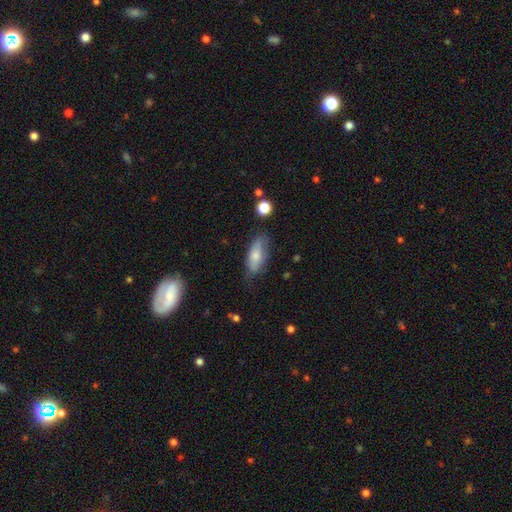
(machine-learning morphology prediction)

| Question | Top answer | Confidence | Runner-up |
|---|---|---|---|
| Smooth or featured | smooth | 69% | featured or disk (24%) |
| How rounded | in between | 78% | cigar-shaped (19%) |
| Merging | none | 59% | minor disturbance (29%) |